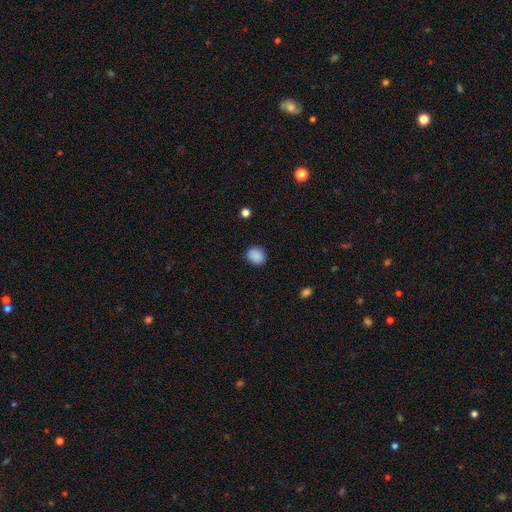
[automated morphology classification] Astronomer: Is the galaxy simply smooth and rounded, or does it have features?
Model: smooth — 88%.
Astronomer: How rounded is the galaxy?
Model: round — 66%.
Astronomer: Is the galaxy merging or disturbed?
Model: none — 86%.